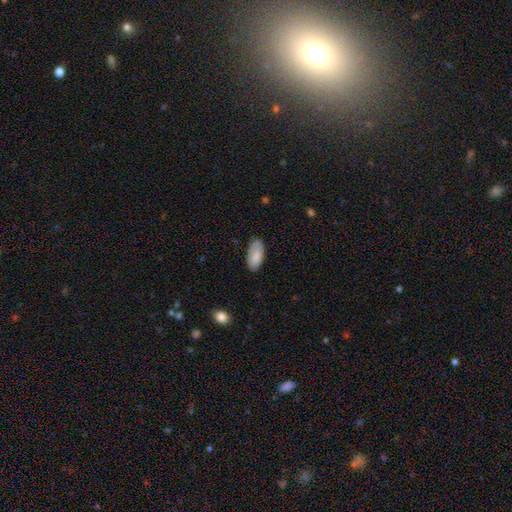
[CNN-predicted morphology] type=smooth (86%); roundness=in between (92%); merging=none (82%).